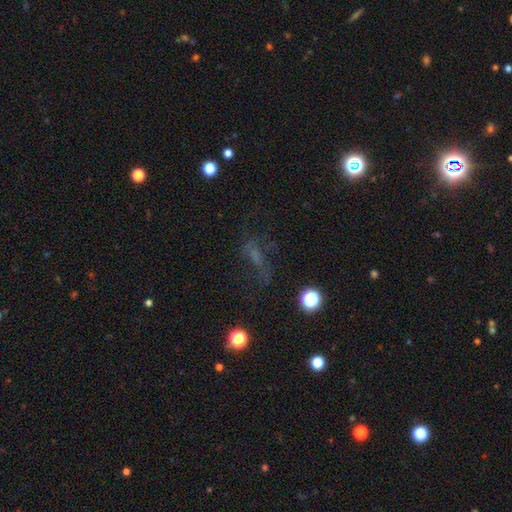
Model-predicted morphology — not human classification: A featured or disk galaxy (34%, tied with smooth). Merging: none (50%).